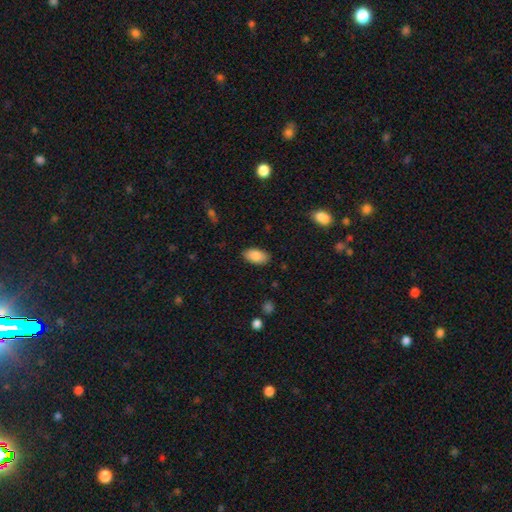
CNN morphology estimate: This is clearly a smooth galaxy (87%). How rounded: clearly in between (94%). Merging: clearly none (86%).